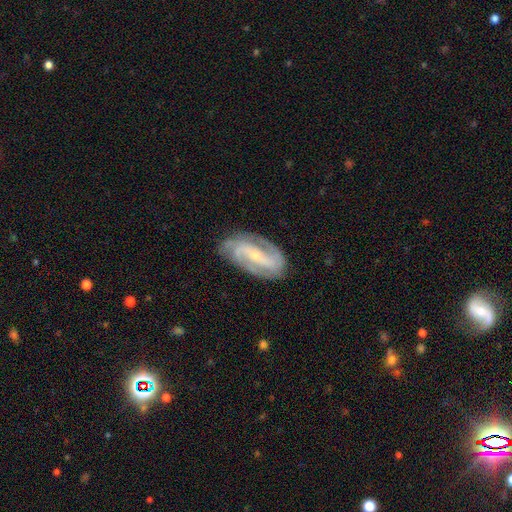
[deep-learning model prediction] Smooth or featured?
  - featured or disk: 88% *
  - smooth: 7%
  - star or artifact: 5%
Edge-on disk?
  - no: 95% *
  - yes: 5%
Bar?
  - strong: 42% *
  - weak: 34%
  - no: 24%
Spiral arms?
  - yes: 96% *
  - no: 4%
Spiral winding?
  - medium: 45% *
  - tight: 34%
  - loose: 21%
Spiral arm count?
  - 2: 66% *
  - 3: 15%
  - can't tell: 10%
  - 4: 4%
  - 1: 3%
  - more than 4: 3%
Bulge size?
  - small: 68% *
  - moderate: 29%
  - none: 1%
  - large: 1%
  - dominant: 1%
Merging?
  - none: 79% *
  - minor disturbance: 15%
  - major disturbance: 5%
  - merger: 1%